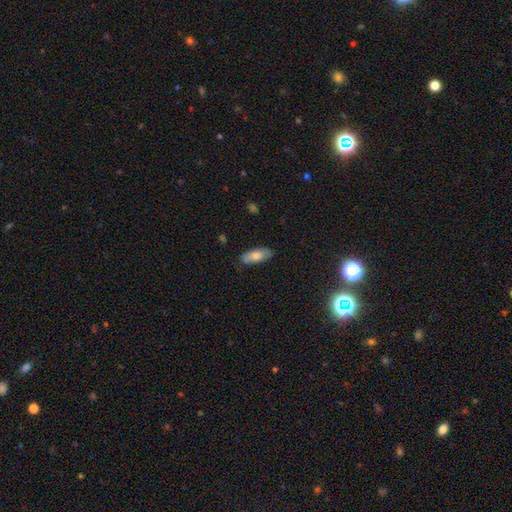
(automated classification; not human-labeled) A smooth galaxy with no disk features (72%) that is in between round and cigar-shaped (76%).

Vote fractions:
- Smooth or featured? smooth: 72% / featured or disk: 21% / star or artifact: 7%
- How rounded? in between: 76% / cigar-shaped: 21% / round: 2%
- Merging? none: 83% / minor disturbance: 14% / major disturbance: 2% / merger: 1%